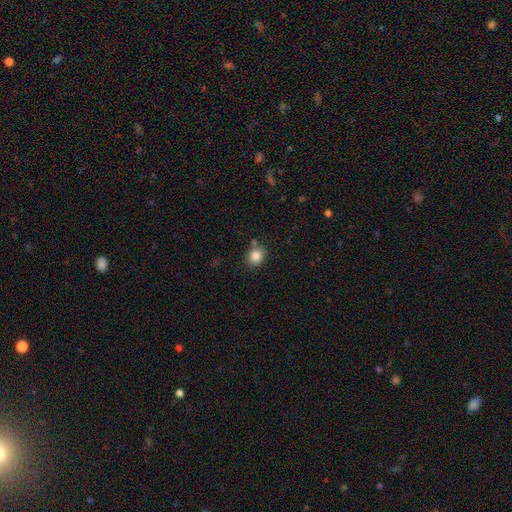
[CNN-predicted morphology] Smooth or featured? Predicted: smooth (p=0.85). How rounded? Predicted: round (p=0.74). Merging? Predicted: none (p=0.78).